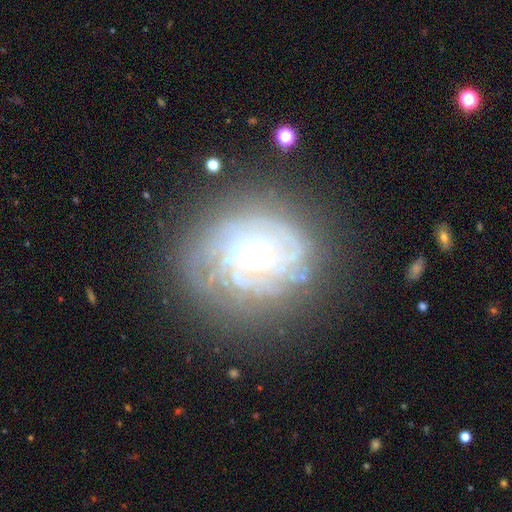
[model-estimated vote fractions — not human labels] A featured or disk galaxy (76%) with no bar (83%), tight (75%) spiral arms (78%) and a moderate central bulge (50%).

Vote fractions:
- Smooth or featured? featured or disk: 76% / smooth: 15% / star or artifact: 9%
- Edge-on disk? no: 97% / yes: 3%
- Bar? no: 83% / weak: 13% / strong: 4%
- Spiral arms? yes: 78% / no: 22%
- Spiral winding? tight: 75% / medium: 18% / loose: 7%
- Spiral arm count? can't tell: 50% / more than 4: 12% / 3: 11% / 4: 11% / 2: 10% / 1: 6%
- Bulge size? moderate: 50% / small: 43% / large: 5% / none: 2% / dominant: 1%
- Merging? none: 71% / minor disturbance: 17% / major disturbance: 9% / merger: 3%